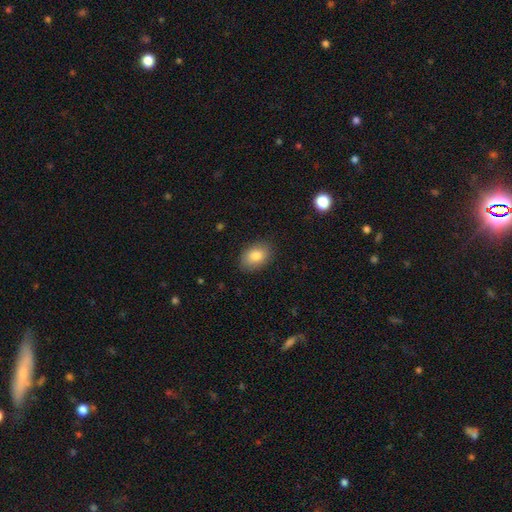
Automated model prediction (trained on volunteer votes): A smooth galaxy with no disk features (83%) that is in between round and cigar-shaped (84%).

Vote fractions:
- Smooth or featured? smooth: 83% / featured or disk: 9% / star or artifact: 8%
- How rounded? in between: 84% / round: 14% / cigar-shaped: 1%
- Merging? none: 86% / minor disturbance: 11% / major disturbance: 3% / merger: 1%